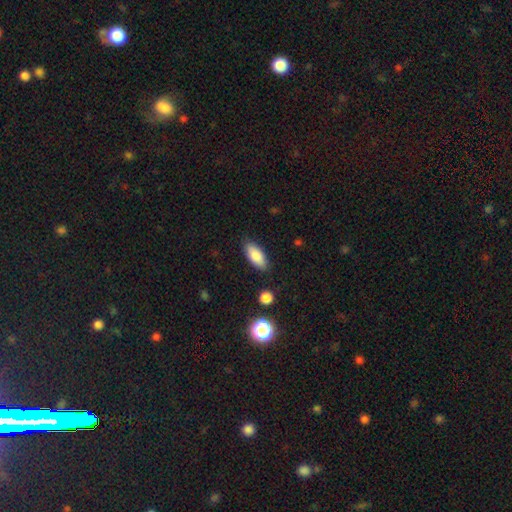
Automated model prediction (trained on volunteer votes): Q: Smooth or featured?
A: smooth (84%); runner-up: featured or disk (9%)
Q: How rounded?
A: in between (83%); runner-up: cigar-shaped (15%)
Q: Merging?
A: none (86%); runner-up: minor disturbance (10%)